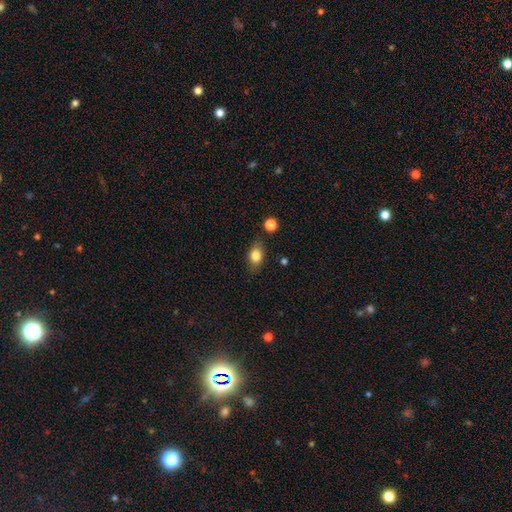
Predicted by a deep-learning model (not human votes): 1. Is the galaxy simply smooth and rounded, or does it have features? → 82% smooth, 9% featured or disk, 9% star or artifact.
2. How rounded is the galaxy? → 74% in between, 23% round, 3% cigar-shaped.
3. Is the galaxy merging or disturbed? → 79% none, 14% minor disturbance, 4% major disturbance, 3% merger.